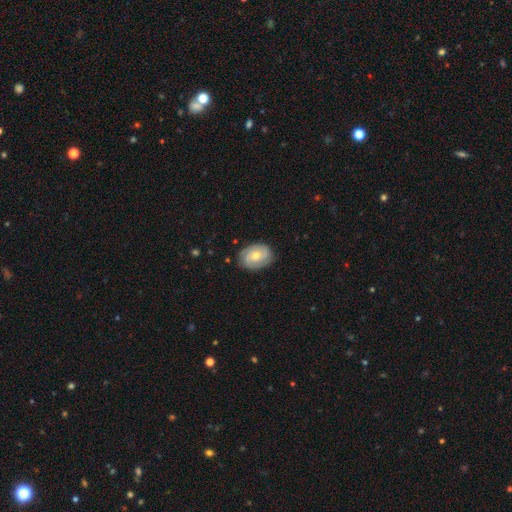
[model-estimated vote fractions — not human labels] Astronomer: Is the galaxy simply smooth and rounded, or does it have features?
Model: featured or disk — 68%.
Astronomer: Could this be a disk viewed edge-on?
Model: no — 97%.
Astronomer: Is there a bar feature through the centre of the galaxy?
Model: no — 70%.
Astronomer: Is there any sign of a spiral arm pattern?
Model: yes — 90%.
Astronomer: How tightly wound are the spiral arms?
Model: tight — 61%.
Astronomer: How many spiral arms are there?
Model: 2 — 48%.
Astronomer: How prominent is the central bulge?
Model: moderate — 60%.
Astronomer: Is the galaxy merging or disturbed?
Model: none — 81%.